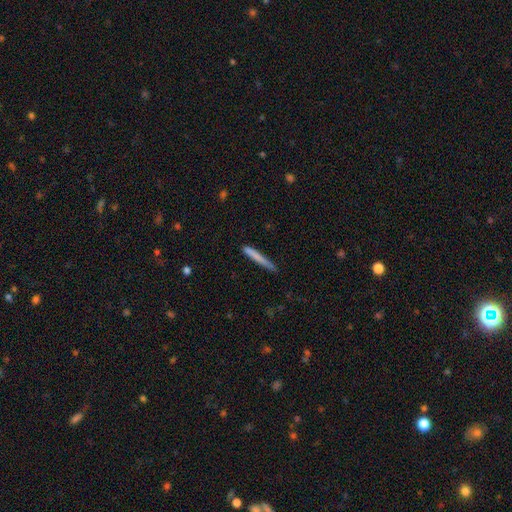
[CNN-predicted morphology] Overall: smooth (74%). How rounded: cigar-shaped (97%). Merging: none (82%).